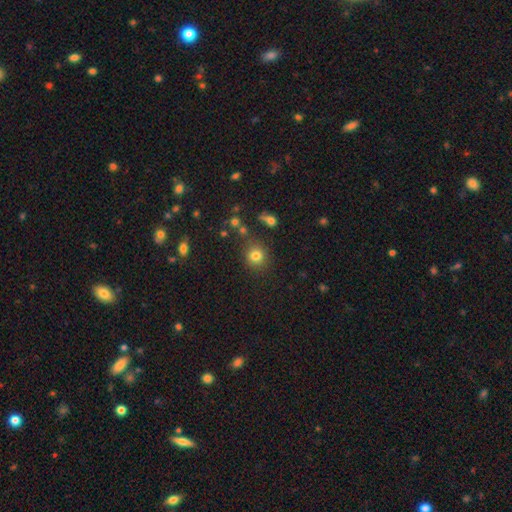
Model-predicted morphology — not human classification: Smooth or featured: smooth — 79% (star or artifact — 14%)
How rounded: round — 84% (in between — 14%)
Merging: none — 80% (minor disturbance — 11%)